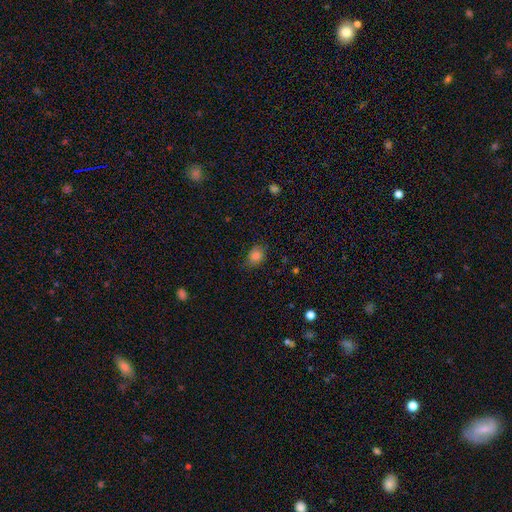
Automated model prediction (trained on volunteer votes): The model was most divided on "how rounded": in between: 56%, round: 43%, cigar-shaped: 1%. More confident: smooth or featured — smooth (83%); merging — none (77%).